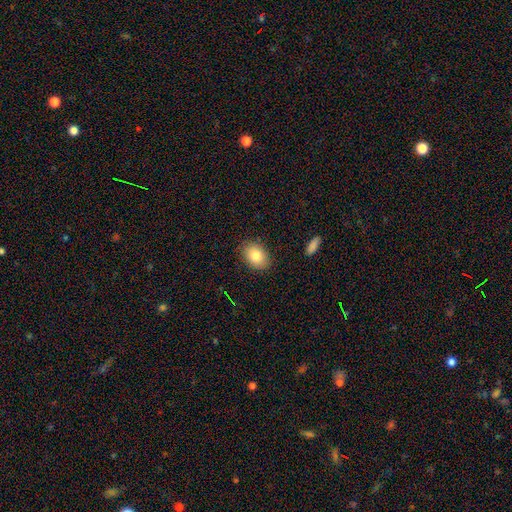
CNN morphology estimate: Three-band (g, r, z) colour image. It shows a smooth galaxy with no disk features (82%) that is in between round and cigar-shaped (79%). Merging: none (87%).